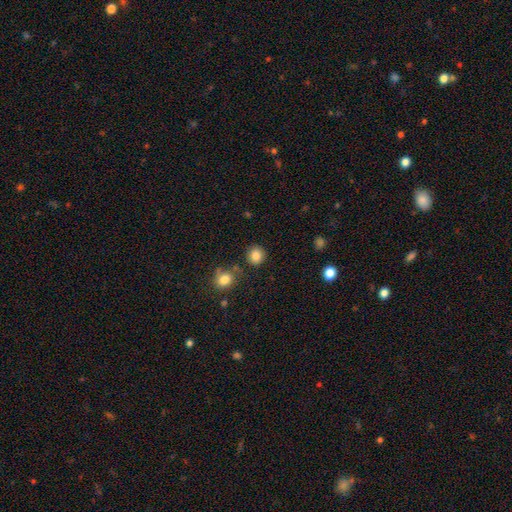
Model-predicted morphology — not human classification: Smooth or featured? smooth (84%)
How rounded? round (88%)
Merging? none (84%)